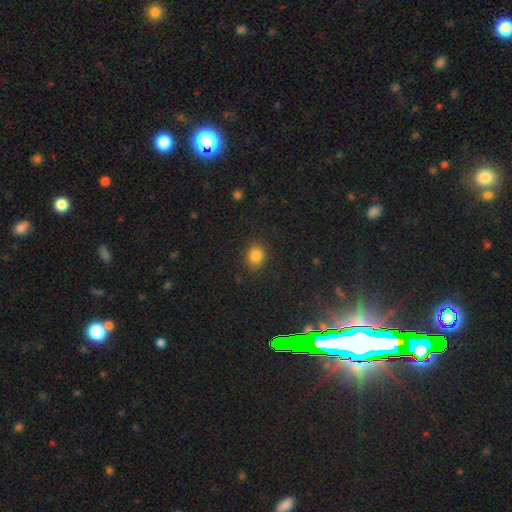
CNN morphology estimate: This appears to be a smooth galaxy with no disk features (84%) that is round (64%). Merging: none (86%).